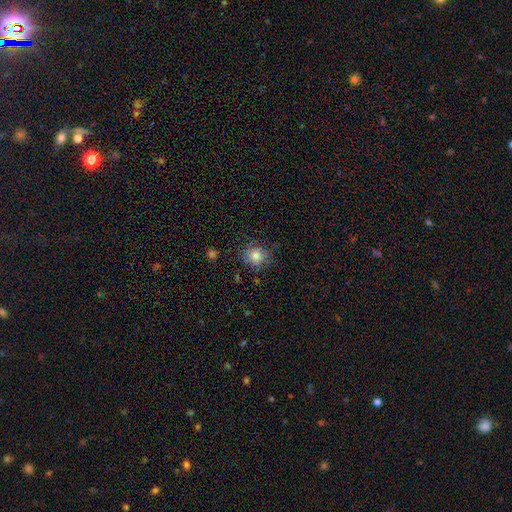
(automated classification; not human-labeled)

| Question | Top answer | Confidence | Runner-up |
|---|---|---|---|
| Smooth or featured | smooth | 75% | featured or disk (13%) |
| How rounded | round | 85% | in between (14%) |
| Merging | none | 75% | minor disturbance (17%) |